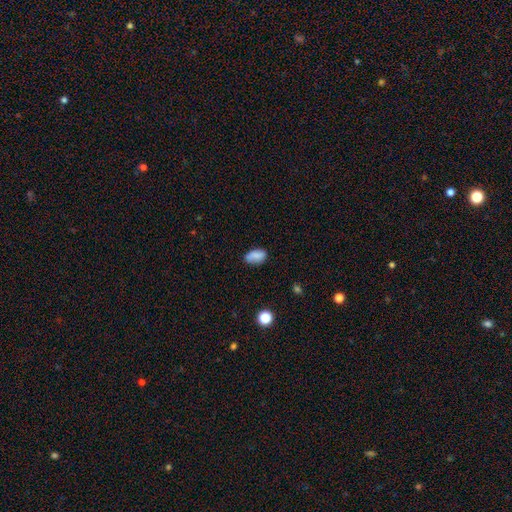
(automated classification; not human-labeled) Smooth or featured? smooth (82%)
How rounded? in between (90%)
Merging? none (72%)